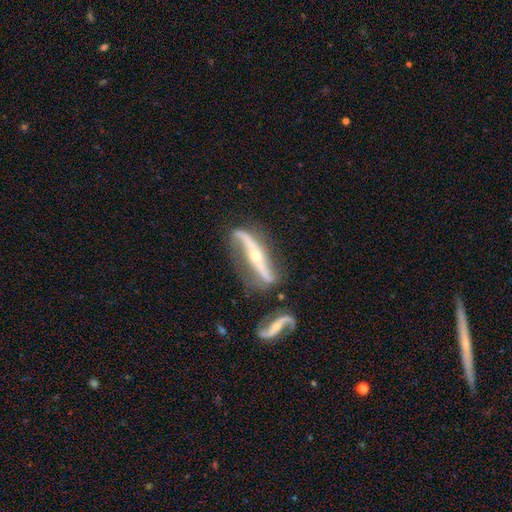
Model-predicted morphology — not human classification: Smooth or featured?
  - featured or disk: 86% *
  - smooth: 9%
  - star or artifact: 5%
Edge-on disk?
  - no: 52% *
  - yes: 48%
Merging?
  - none: 58% *
  - minor disturbance: 18%
  - merger: 14%
  - major disturbance: 9%